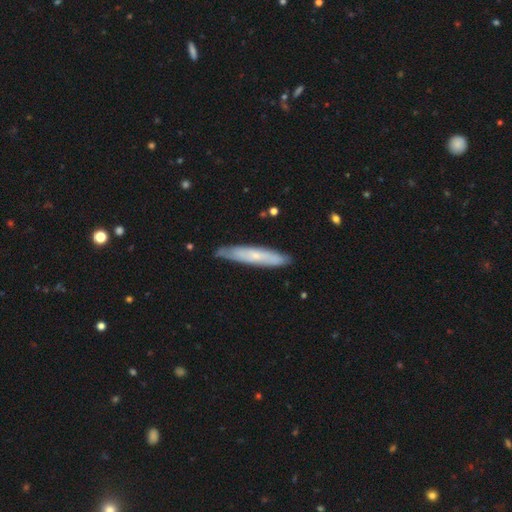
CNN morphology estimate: Smooth or featured?
  - smooth: 49% *
  - featured or disk: 45%
  - star or artifact: 6%
Merging?
  - none: 82% *
  - minor disturbance: 15%
  - major disturbance: 2%
  - merger: 2%